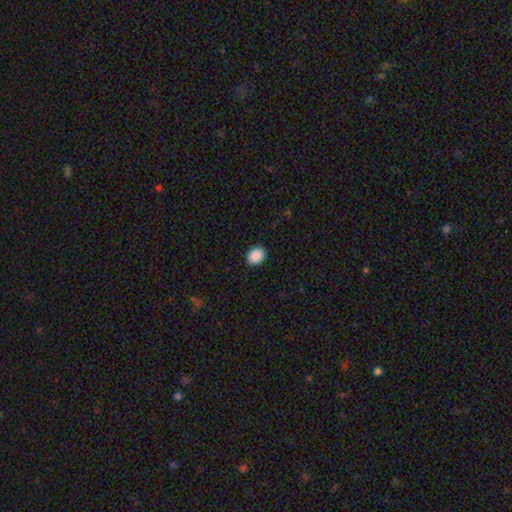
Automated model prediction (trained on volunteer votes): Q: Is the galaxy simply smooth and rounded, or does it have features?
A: smooth — 90%.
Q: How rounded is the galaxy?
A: in between — 50%, tied with round.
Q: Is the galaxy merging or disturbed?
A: none — 91%.